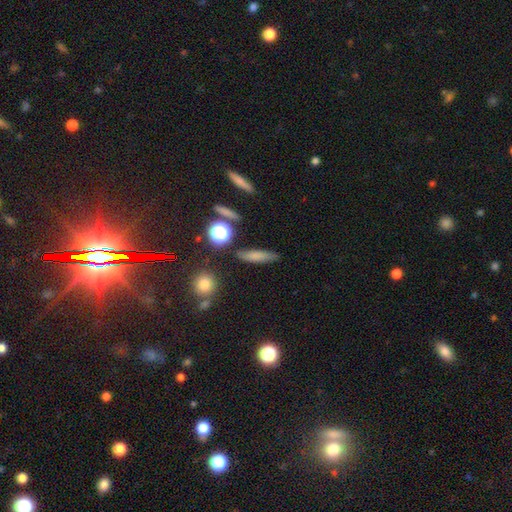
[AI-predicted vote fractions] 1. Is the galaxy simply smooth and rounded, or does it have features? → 70% smooth, 16% featured or disk, 14% star or artifact.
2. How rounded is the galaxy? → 70% cigar-shaped, 23% in between, 8% round.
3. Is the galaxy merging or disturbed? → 81% none, 12% minor disturbance, 4% major disturbance, 4% merger.